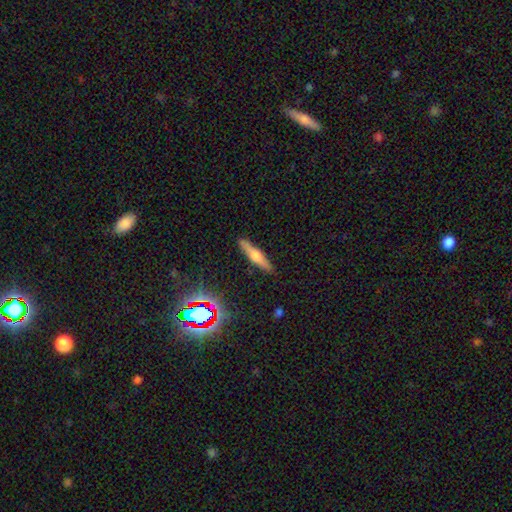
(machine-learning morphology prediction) Q: Smooth or featured?
A: featured or disk (47%); runner-up: smooth (44%)
Q: Merging?
A: none (89%); runner-up: minor disturbance (8%)